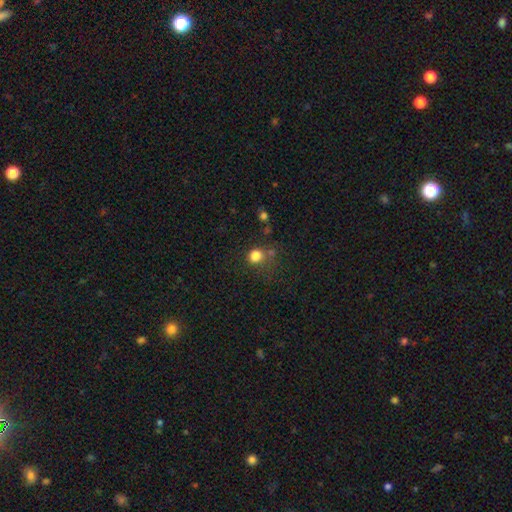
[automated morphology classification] Q: Smooth or featured?
A: smooth (80%); runner-up: star or artifact (14%)
Q: How rounded?
A: round (81%); runner-up: in between (18%)
Q: Merging?
A: none (65%); runner-up: minor disturbance (16%)